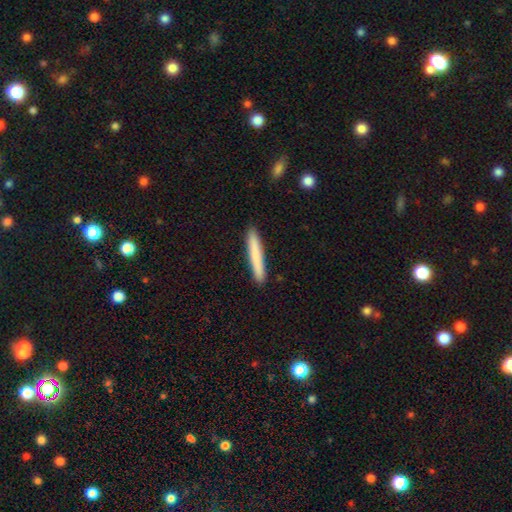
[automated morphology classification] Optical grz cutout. It shows a smooth galaxy with no disk features (80%) that is cigar-shaped (96%). Merging: none (91%).